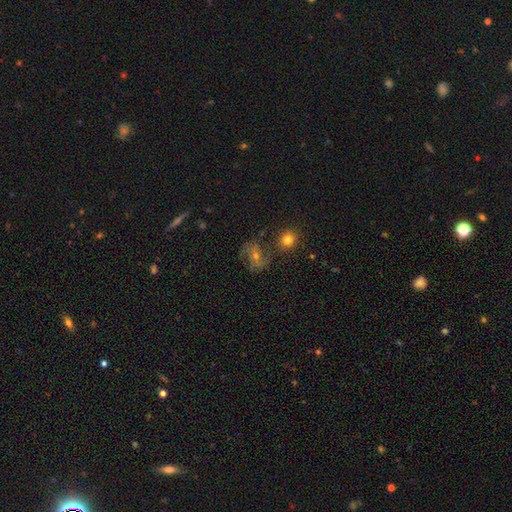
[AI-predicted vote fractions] Smooth or featured: featured or disk — 55% (smooth — 25%)
Edge-on disk: no — 95% (yes — 5%)
Bar: no — 56% (weak — 34%)
Spiral arms: yes — 83% (no — 17%)
Bulge size: small — 52% (moderate — 41%)
Merging: none — 67% (minor disturbance — 16%)